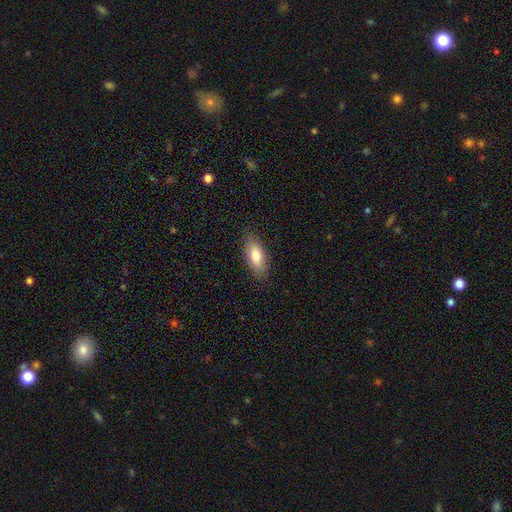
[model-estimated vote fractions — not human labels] This appears to be a smooth galaxy with no disk features (77%) that is in between round and cigar-shaped (81%). Merging: none (84%).